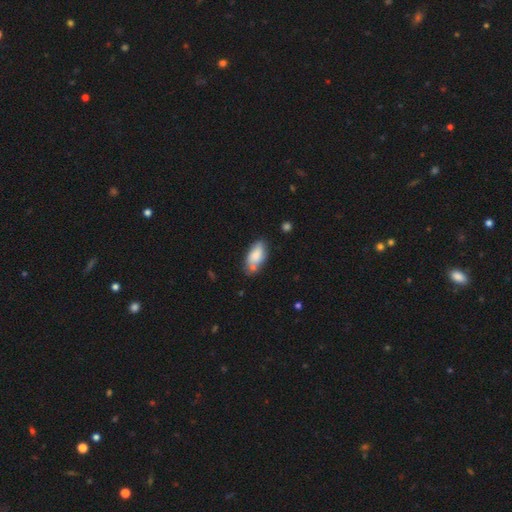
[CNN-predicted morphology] The model was most divided on "merging": none: 58%, minor disturbance: 25%, merger: 10%, major disturbance: 6%. More confident: how rounded — in between (89%); smooth or featured — smooth (77%).